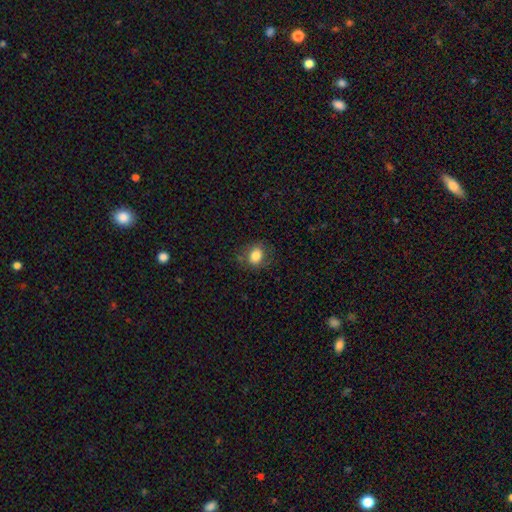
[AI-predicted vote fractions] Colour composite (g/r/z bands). It shows a smooth galaxy with no disk features (81%) that is round (53%). Merging: none (75%).